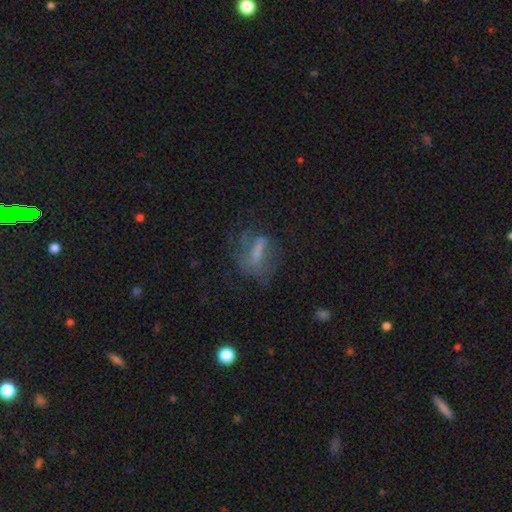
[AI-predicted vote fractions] Smooth or featured?
  - featured or disk: 49% *
  - smooth: 35%
  - star or artifact: 16%
Merging?
  - none: 44% *
  - major disturbance: 31%
  - minor disturbance: 21%
  - merger: 4%